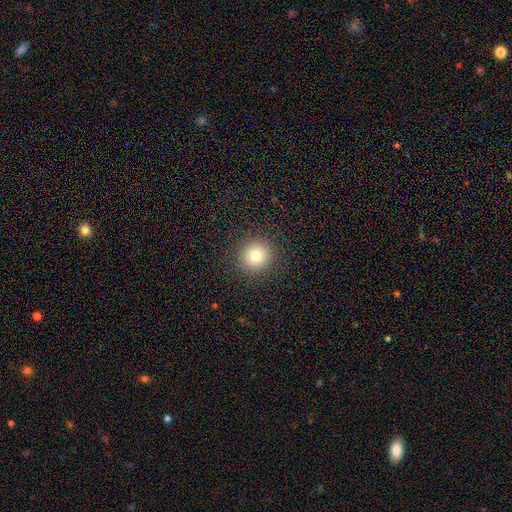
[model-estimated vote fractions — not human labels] Morphology: type=smooth (79%); roundness=round (93%); merging=none (91%).